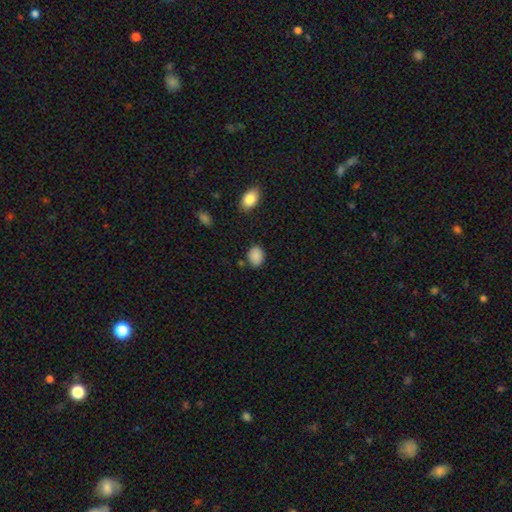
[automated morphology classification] smooth-or-featured: smooth: 88% | star or artifact: 8% | featured or disk: 4%
  how-rounded: in between: 56% | round: 43% | cigar-shaped: 1%
  merging: none: 81% | minor disturbance: 13% | major disturbance: 3% | merger: 3%